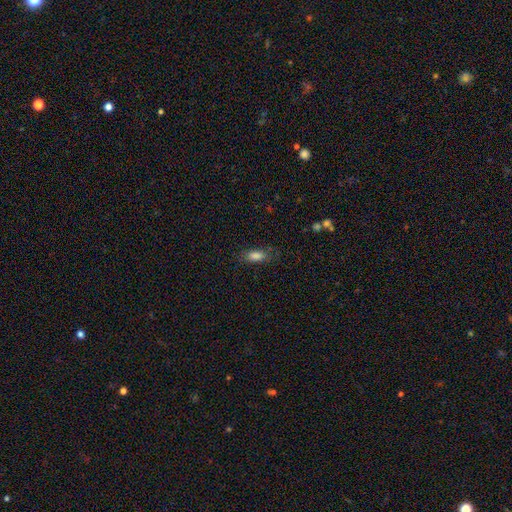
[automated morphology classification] A smooth galaxy with no disk features (83%) that is in between round and cigar-shaped (81%).

Vote fractions:
- Smooth or featured? smooth: 83% / star or artifact: 10% / featured or disk: 7%
- How rounded? in between: 81% / cigar-shaped: 15% / round: 4%
- Merging? none: 75% / minor disturbance: 17% / major disturbance: 6% / merger: 2%